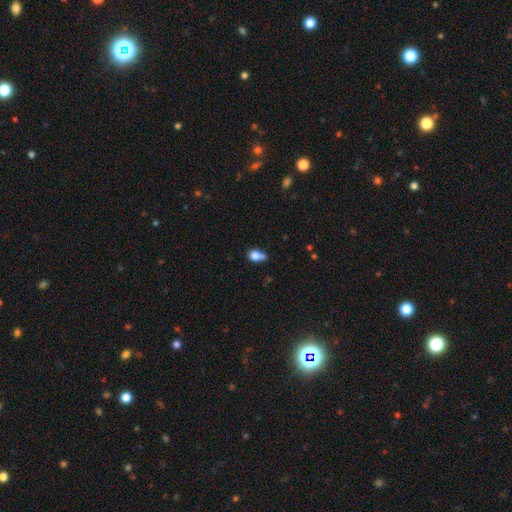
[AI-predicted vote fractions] Morphology: type=smooth (81%); roundness=in between (70%); merging=none (43%).